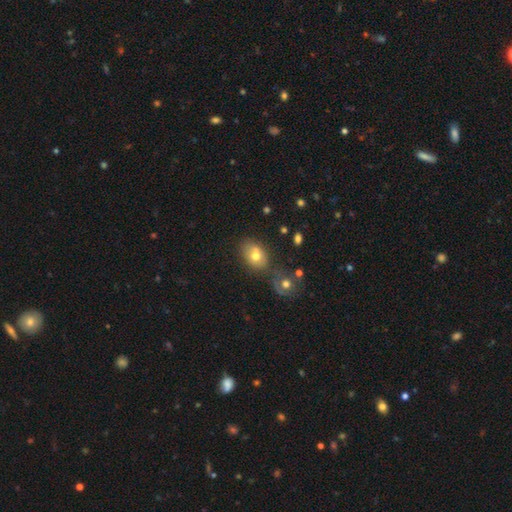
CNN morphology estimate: This appears to be a smooth galaxy with no disk features (68%) that is in between round and cigar-shaped (71%). Merging: none (52%).